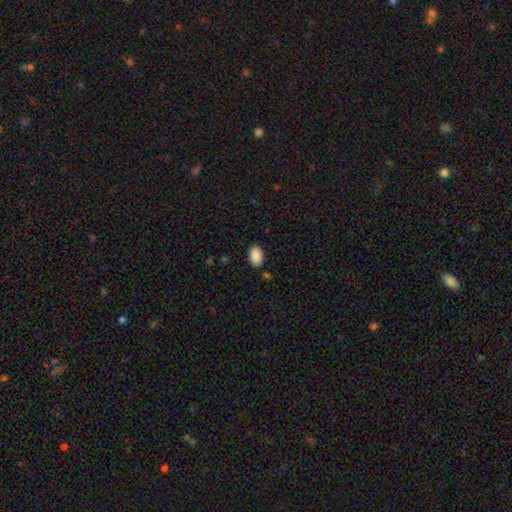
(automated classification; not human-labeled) This is clearly a smooth galaxy (90%). How rounded: clearly in between (91%). Merging: clearly none (86%).